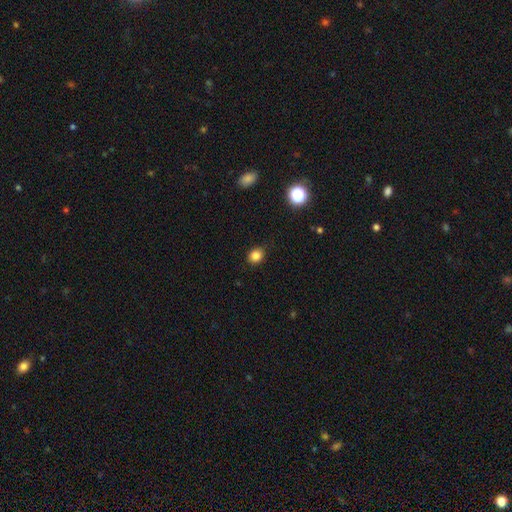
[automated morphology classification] smooth_or_featured: smooth (p=0.83) [alt: star or artifact p=0.12]
how_rounded: round (p=0.66) [alt: in between p=0.33]
merging: none (p=0.85) [alt: minor disturbance p=0.12]